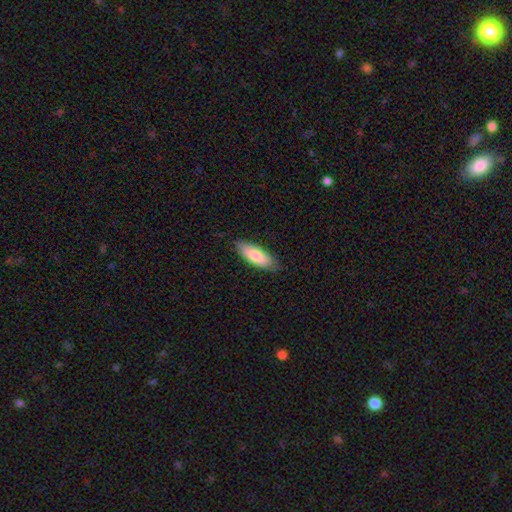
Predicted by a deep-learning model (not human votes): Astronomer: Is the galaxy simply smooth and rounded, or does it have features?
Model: smooth — 77%.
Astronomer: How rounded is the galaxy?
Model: in between — 66%.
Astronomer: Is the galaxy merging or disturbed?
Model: none — 84%.